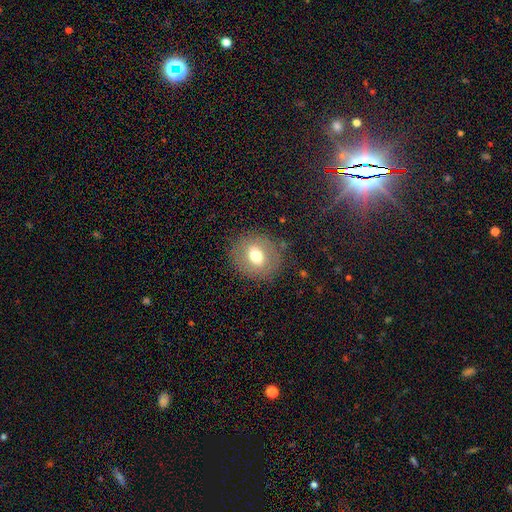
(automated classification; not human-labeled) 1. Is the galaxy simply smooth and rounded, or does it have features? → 65% smooth, 25% featured or disk, 10% star or artifact.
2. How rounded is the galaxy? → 71% round, 28% in between, 1% cigar-shaped.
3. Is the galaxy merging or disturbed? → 82% none, 11% minor disturbance, 5% major disturbance, 1% merger.